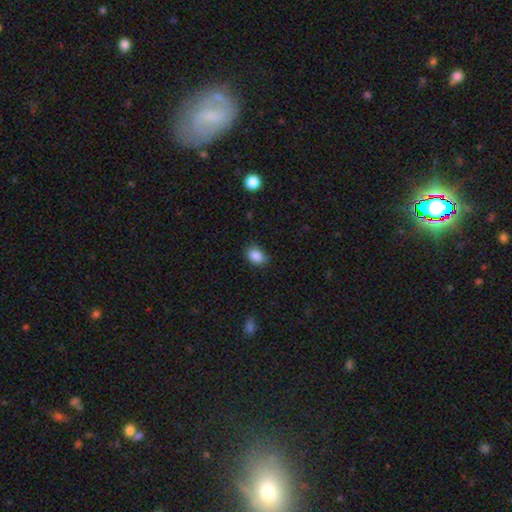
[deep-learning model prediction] Morphology: type=smooth (87%); roundness=in between (74%); merging=none (80%).